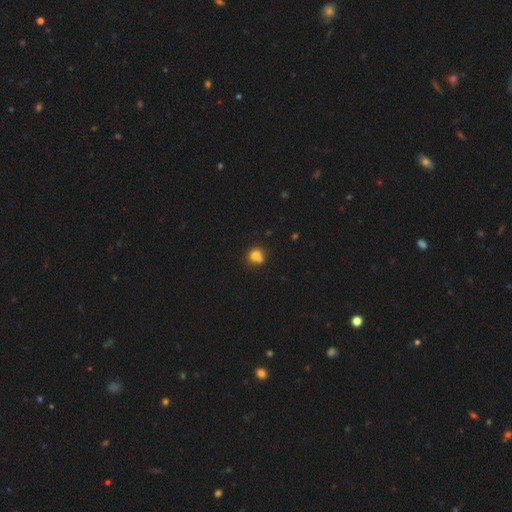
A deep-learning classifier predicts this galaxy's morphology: smooth 76%, featured or disk 12%, star or artifact 12%. Down the decision tree: how rounded — round (81%); merging — none (49%).